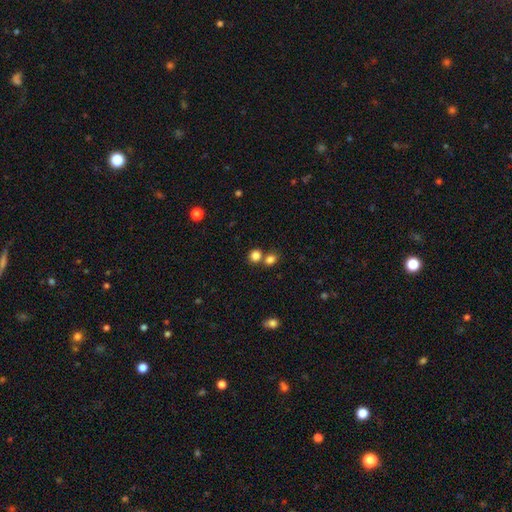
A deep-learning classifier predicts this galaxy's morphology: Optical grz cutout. It shows a smooth galaxy with no disk features (82%) that is round (70%). Merging: none (54%).